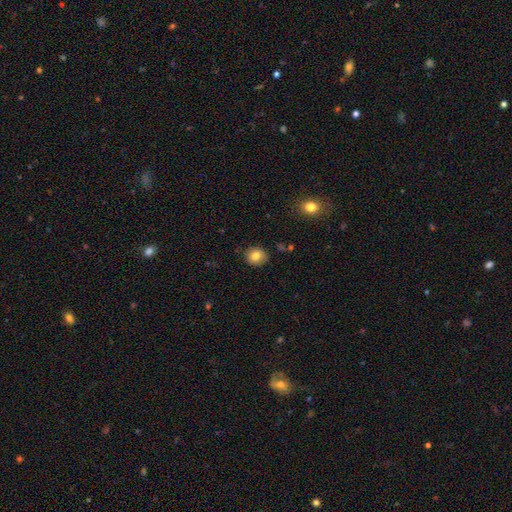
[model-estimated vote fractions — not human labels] A smooth galaxy with no disk features (81%) that is round (72%).

Vote fractions:
- Smooth or featured? smooth: 81% / star or artifact: 10% / featured or disk: 9%
- How rounded? round: 72% / in between: 27% / cigar-shaped: 1%
- Merging? none: 85% / minor disturbance: 11% / major disturbance: 2% / merger: 1%